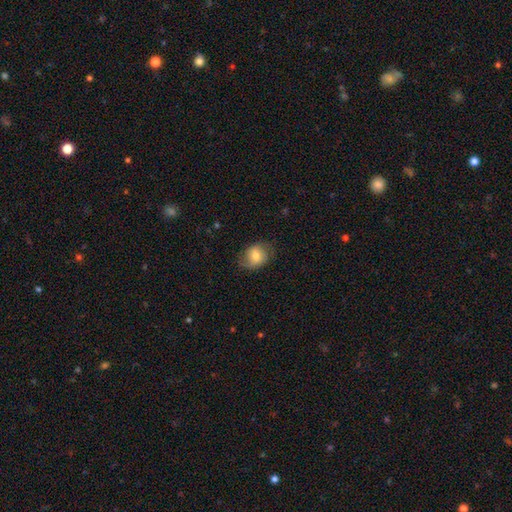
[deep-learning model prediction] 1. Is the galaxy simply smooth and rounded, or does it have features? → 63% smooth, 29% featured or disk, 8% star or artifact.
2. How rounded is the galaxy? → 56% in between, 43% round, 1% cigar-shaped.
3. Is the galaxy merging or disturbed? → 71% none, 21% minor disturbance, 7% major disturbance, 1% merger.